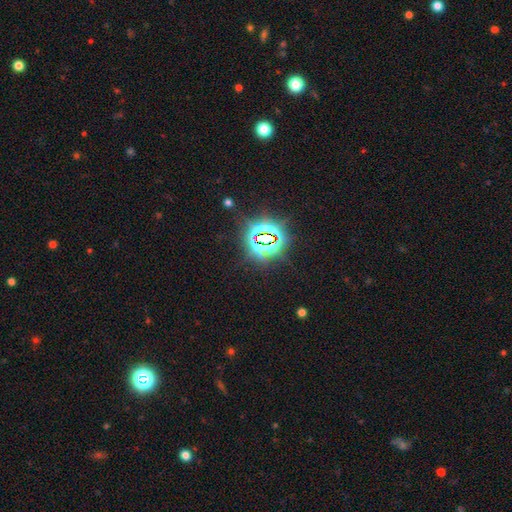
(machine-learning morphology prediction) smooth_or_featured: star or artifact (p=0.82) [alt: smooth p=0.12]